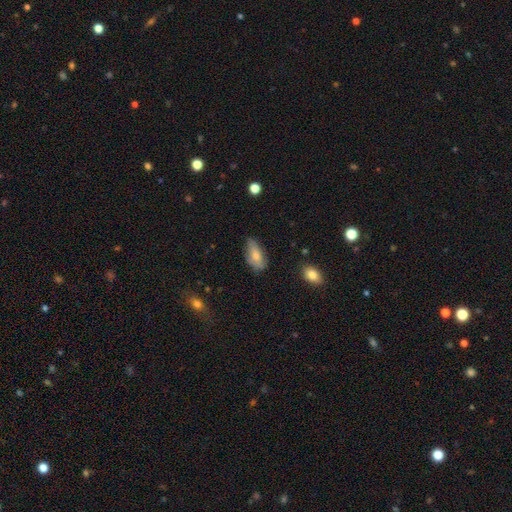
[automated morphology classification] smooth 71%, featured or disk 22%, star or artifact 7%. Down the decision tree: how rounded — in between (88%); merging — none (64%).